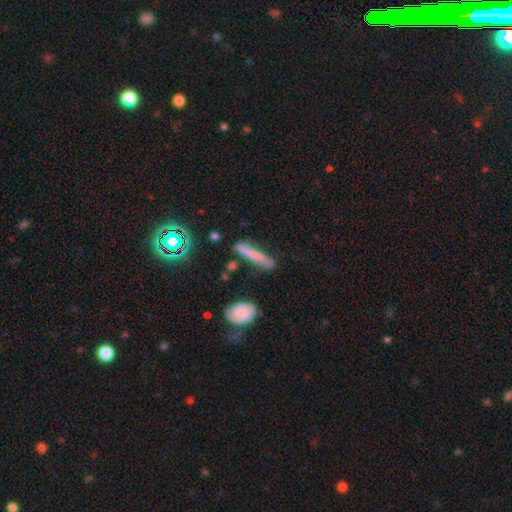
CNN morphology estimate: Smooth or featured?
  - smooth: 59% *
  - featured or disk: 30%
  - star or artifact: 11%
How rounded?
  - cigar-shaped: 91% *
  - in between: 7%
  - round: 3%
Merging?
  - none: 72% *
  - minor disturbance: 18%
  - major disturbance: 5%
  - merger: 4%